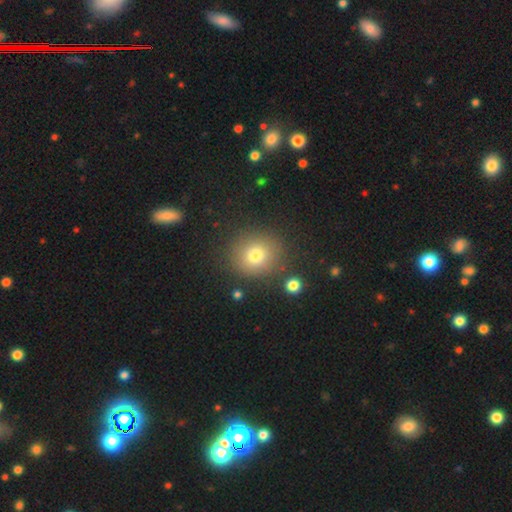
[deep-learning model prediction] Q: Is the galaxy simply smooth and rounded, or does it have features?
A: smooth — 74%.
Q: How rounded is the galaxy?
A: round — 88%.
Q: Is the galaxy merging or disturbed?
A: none — 87%.